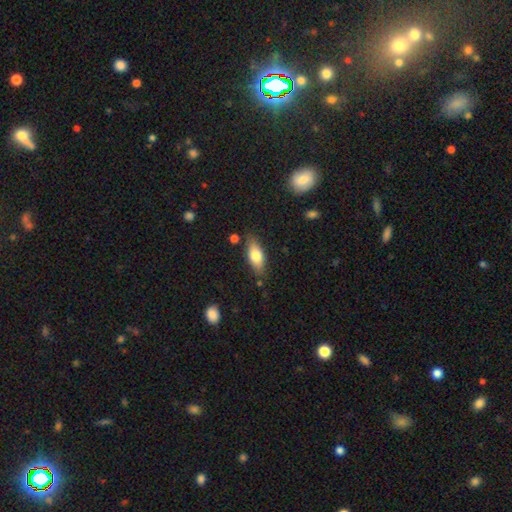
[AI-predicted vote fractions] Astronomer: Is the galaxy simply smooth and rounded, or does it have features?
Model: smooth — 72%.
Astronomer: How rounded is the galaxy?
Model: in between — 78%.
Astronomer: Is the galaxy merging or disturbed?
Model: none — 79%.